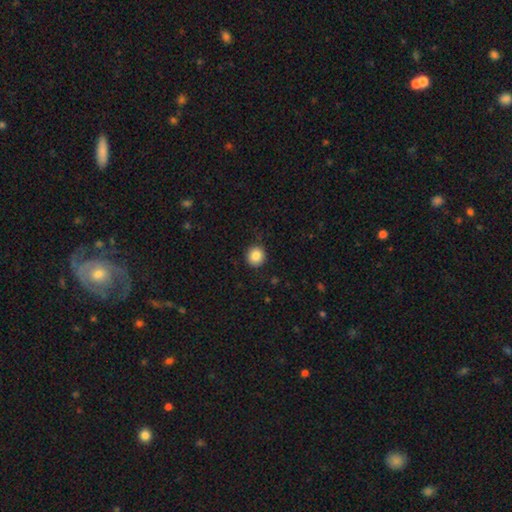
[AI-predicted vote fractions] smooth-or-featured: smooth: 86% | star or artifact: 10% | featured or disk: 4%
  how-rounded: round: 91% | in between: 8% | cigar-shaped: 1%
  merging: none: 87% | minor disturbance: 9% | major disturbance: 2% | merger: 1%